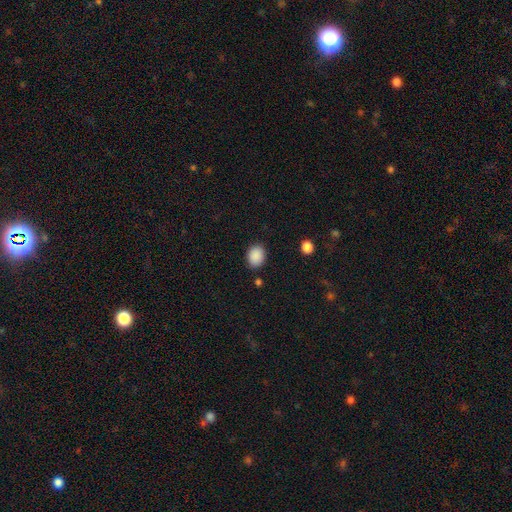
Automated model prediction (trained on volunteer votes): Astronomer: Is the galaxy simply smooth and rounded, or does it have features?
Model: smooth — 89%.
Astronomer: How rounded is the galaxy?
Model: in between — 61% (runner-up: round, 38%).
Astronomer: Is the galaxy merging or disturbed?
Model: none — 85%.